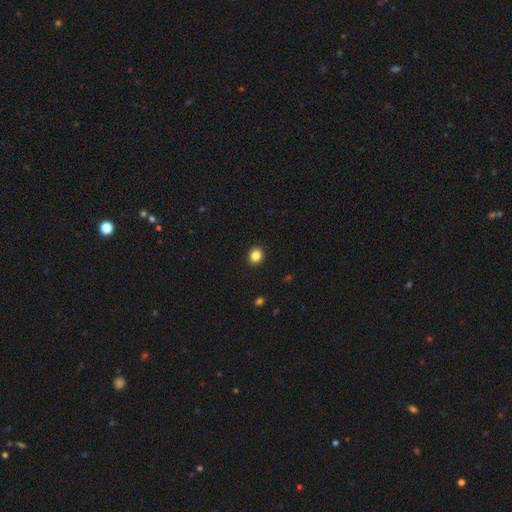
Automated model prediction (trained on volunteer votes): Morphology: type=smooth (84%); roundness=round (68%); merging=none (92%).